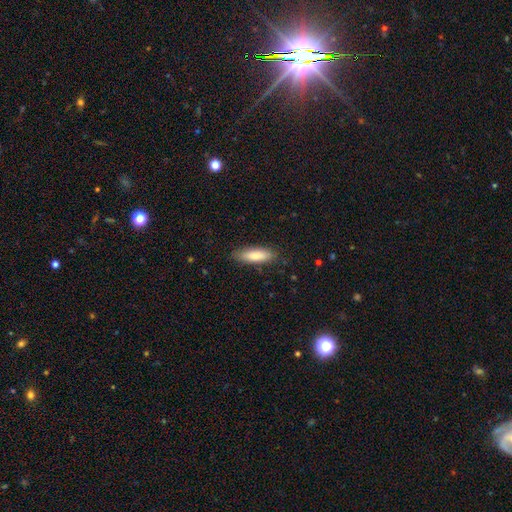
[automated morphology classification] smooth-or-featured: smooth: 81% | featured or disk: 13% | star or artifact: 6%
  how-rounded: in between: 51% | cigar-shaped: 47% | round: 2%
  merging: none: 85% | minor disturbance: 12% | major disturbance: 3% | merger: 1%